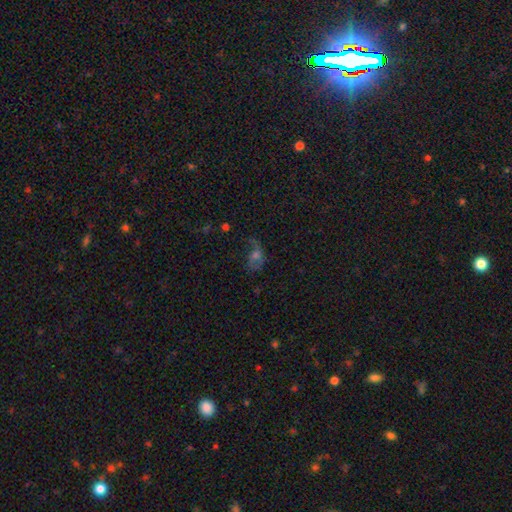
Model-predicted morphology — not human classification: This appears to be a featured or disk galaxy (44%). Merging: none (44%).